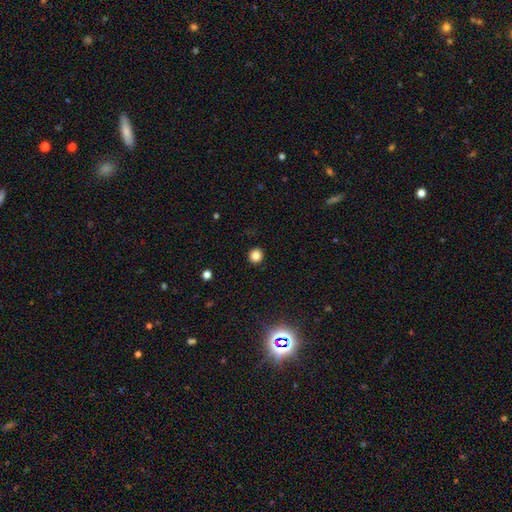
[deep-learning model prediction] smooth-or-featured: smooth: 84% | star or artifact: 12% | featured or disk: 5%
  how-rounded: round: 94% | in between: 5% | cigar-shaped: 1%
  merging: none: 93% | minor disturbance: 5% | major disturbance: 2% | merger: 1%